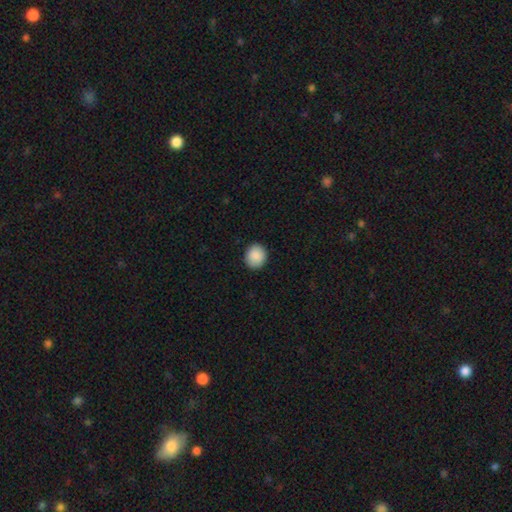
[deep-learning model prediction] Smooth or featured? Predicted: smooth (p=0.90). How rounded? Predicted: round (p=0.79). Merging? Predicted: none (p=0.91).